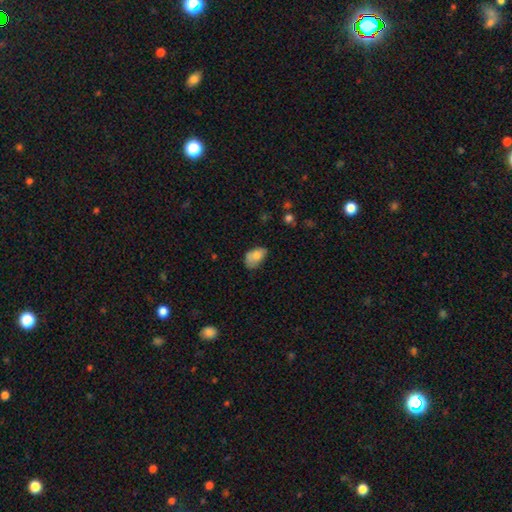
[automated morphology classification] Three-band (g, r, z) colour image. It shows a smooth galaxy with no disk features (78%) that is in between round and cigar-shaped (90%). Merging: none (42%).